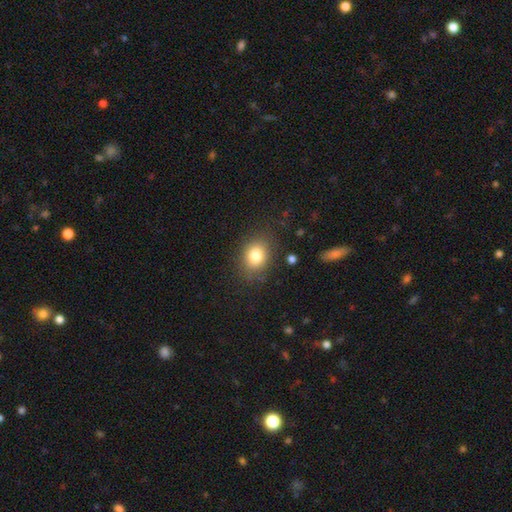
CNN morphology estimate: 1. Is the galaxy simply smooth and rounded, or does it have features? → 81% smooth, 10% star or artifact, 9% featured or disk.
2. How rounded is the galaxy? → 51% in between, 48% round, 1% cigar-shaped.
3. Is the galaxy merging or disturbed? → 83% none, 12% minor disturbance, 4% major disturbance, 2% merger.